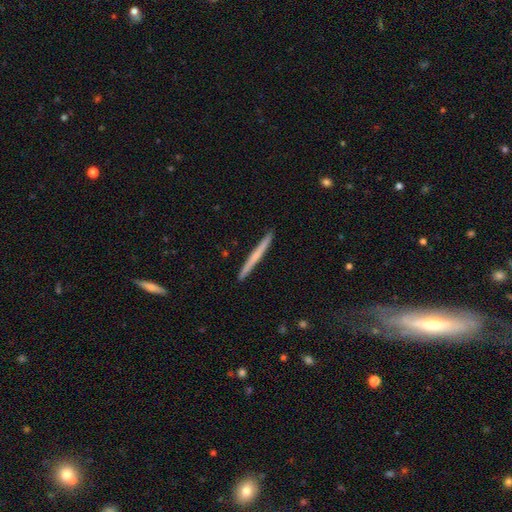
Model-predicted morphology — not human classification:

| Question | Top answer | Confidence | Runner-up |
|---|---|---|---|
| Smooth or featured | smooth | 51% | featured or disk (43%) |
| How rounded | cigar-shaped | 97% | in between (2%) |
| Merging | none | 92% | minor disturbance (5%) |